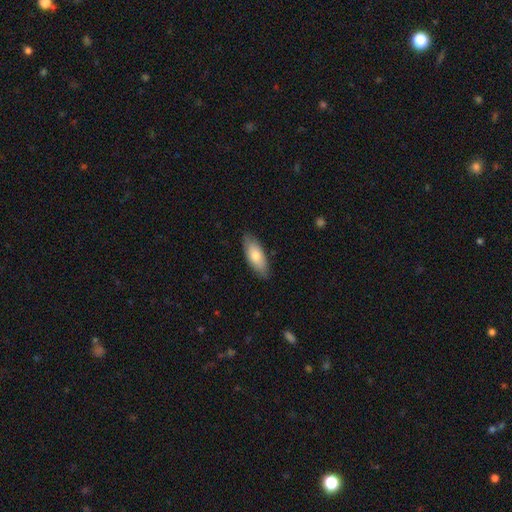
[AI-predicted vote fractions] A smooth galaxy with no disk features (72%) that is in between round and cigar-shaped (80%). Merging: none (83%).